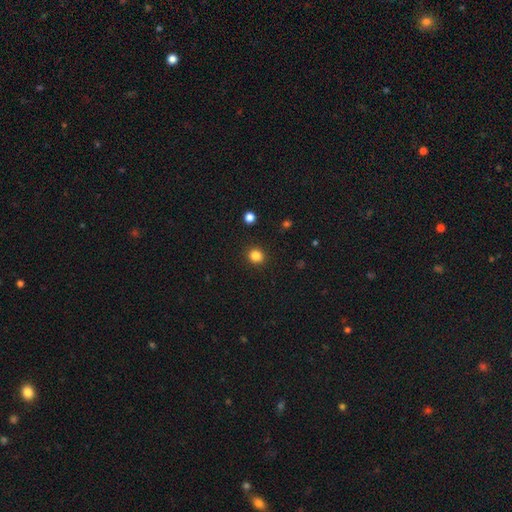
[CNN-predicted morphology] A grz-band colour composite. It shows a smooth galaxy with no disk features (84%) that is round (85%). Merging: none (91%).